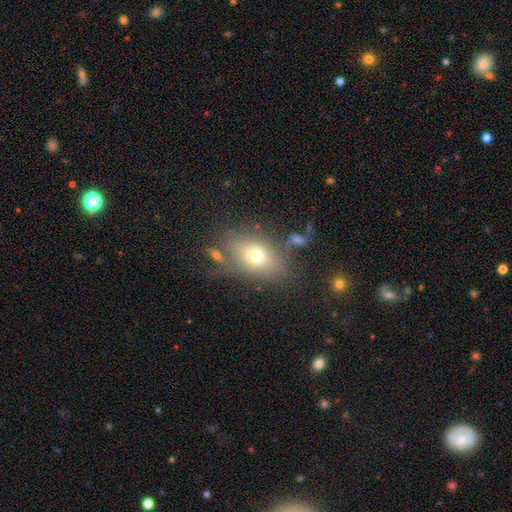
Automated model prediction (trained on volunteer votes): Overall: smooth (69%). How rounded: in between (81%). Merging: none (63%).